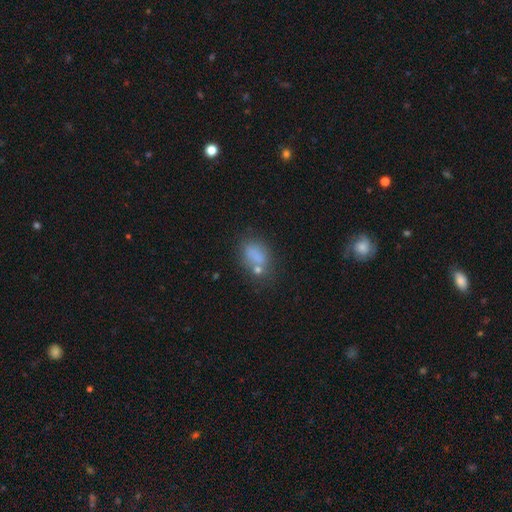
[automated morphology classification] A smooth galaxy with no disk features (70%) that is in between round and cigar-shaped (73%). Merging: none (49%).